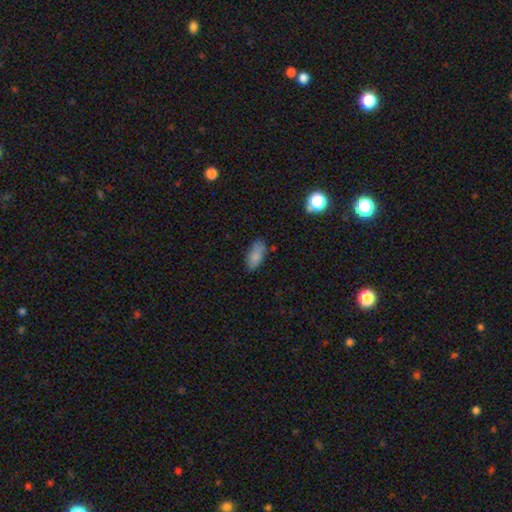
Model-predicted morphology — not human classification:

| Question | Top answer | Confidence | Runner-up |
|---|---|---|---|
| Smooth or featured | smooth | 84% | star or artifact (8%) |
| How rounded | in between | 85% | cigar-shaped (12%) |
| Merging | none | 73% | minor disturbance (20%) |